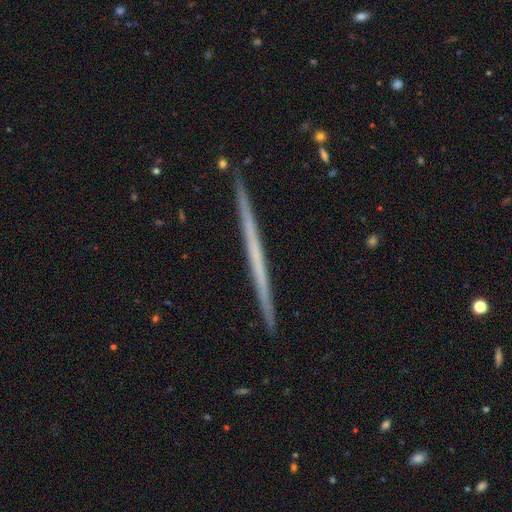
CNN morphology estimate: This appears to be a featured or disk galaxy (63%) viewed edge-on (98%) with no central bulge (92%). Merging: none (92%).